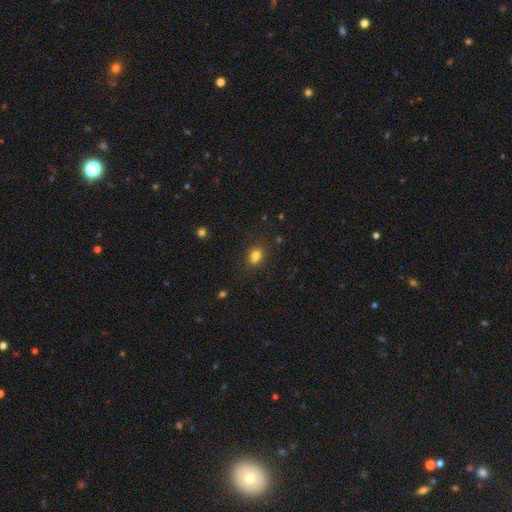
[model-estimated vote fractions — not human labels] This appears to be a smooth galaxy with no disk features (78%) that is in between round and cigar-shaped (58%). Merging: none (75%).